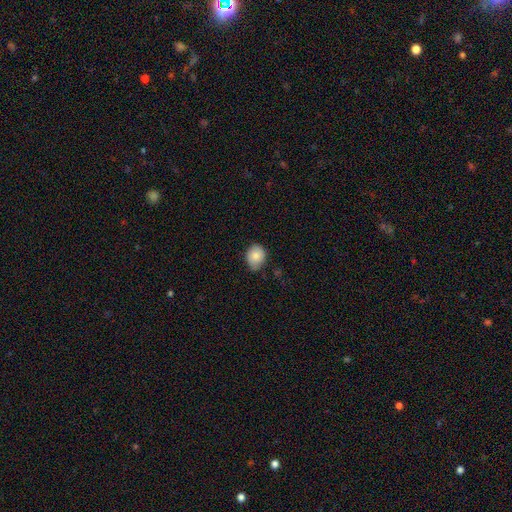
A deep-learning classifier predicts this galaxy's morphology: smooth-or-featured: smooth: 82% | featured or disk: 10% | star or artifact: 8%
  how-rounded: round: 57% | in between: 43% | cigar-shaped: 1%
  merging: none: 72% | minor disturbance: 23% | major disturbance: 3% | merger: 1%